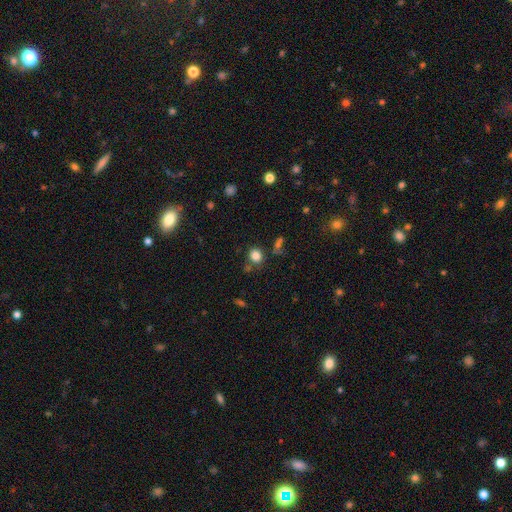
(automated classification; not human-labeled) smooth 82%, star or artifact 13%, featured or disk 6%. Down the decision tree: how rounded — round (80%); merging — none (76%).